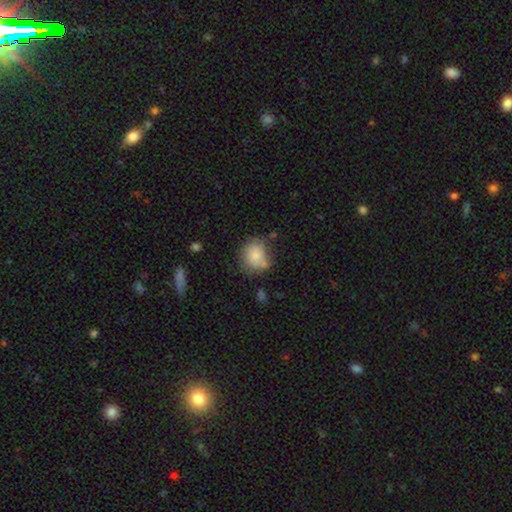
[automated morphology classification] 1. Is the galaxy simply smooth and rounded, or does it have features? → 80% smooth, 12% featured or disk, 8% star or artifact.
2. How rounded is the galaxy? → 66% round, 33% in between, 1% cigar-shaped.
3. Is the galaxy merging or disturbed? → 57% none, 24% minor disturbance, 11% merger, 8% major disturbance.